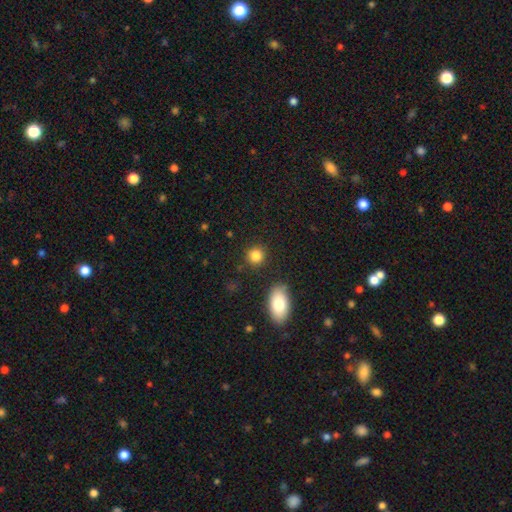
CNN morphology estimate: This is clearly a smooth galaxy (85%). How rounded: clearly round (85%). Merging: clearly none (87%).